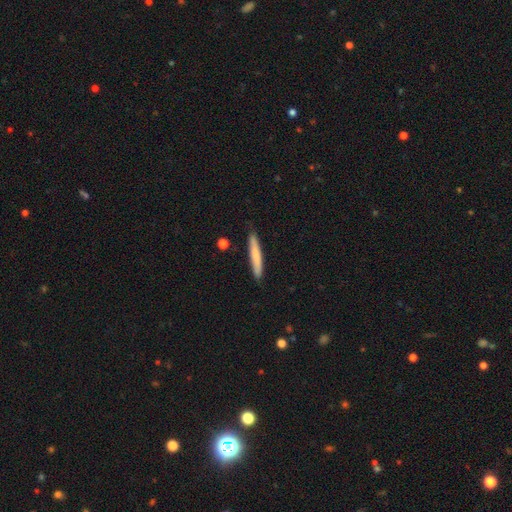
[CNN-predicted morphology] smooth 74%, featured or disk 20%, star or artifact 5%. Down the decision tree: how rounded — cigar-shaped (94%); merging — none (86%).